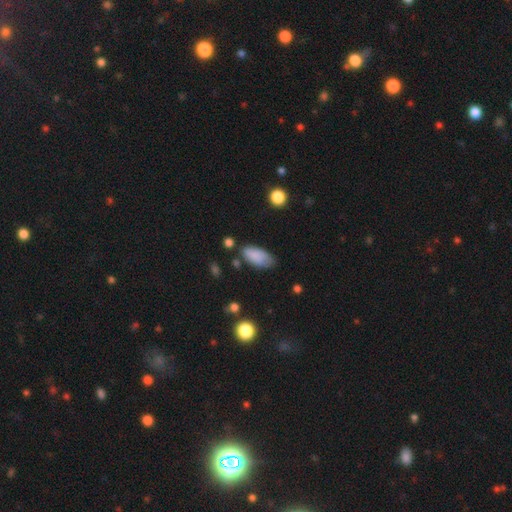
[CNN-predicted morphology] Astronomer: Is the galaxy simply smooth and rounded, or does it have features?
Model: smooth — 84%.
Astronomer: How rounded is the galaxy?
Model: in between — 90%.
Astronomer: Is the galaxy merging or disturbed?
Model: none — 63%.